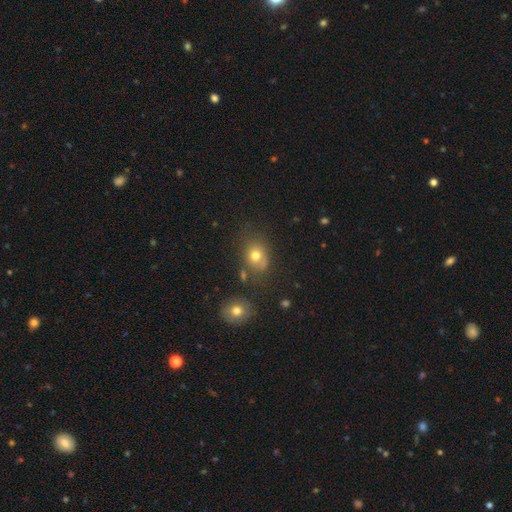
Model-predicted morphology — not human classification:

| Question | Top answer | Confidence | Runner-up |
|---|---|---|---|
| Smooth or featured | smooth | 73% | star or artifact (14%) |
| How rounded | round | 51% | in between (48%) |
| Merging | none | 61% | minor disturbance (20%) |